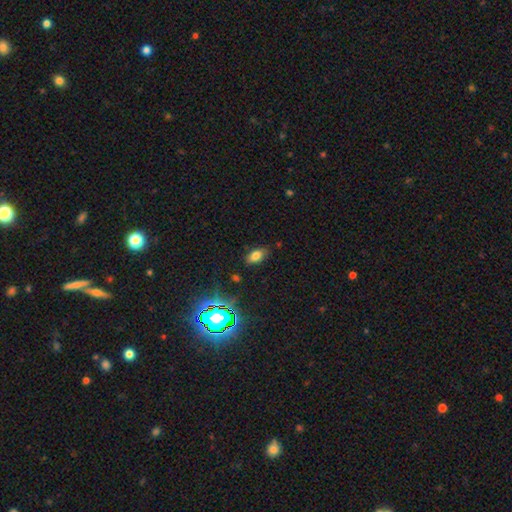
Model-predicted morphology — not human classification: Overall: smooth (75%). How rounded: in between (90%). Merging: none (80%).